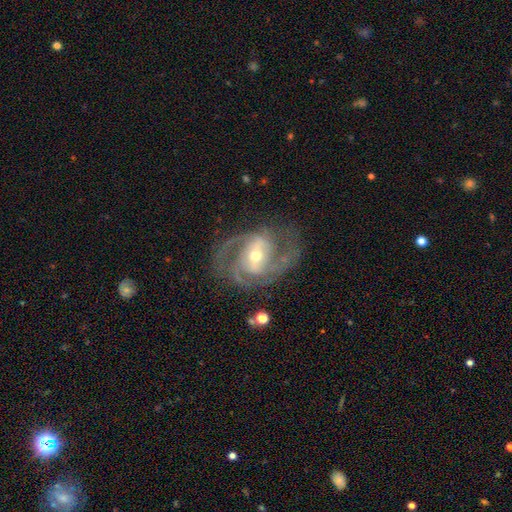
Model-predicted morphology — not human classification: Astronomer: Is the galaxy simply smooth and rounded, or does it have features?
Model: featured or disk — 90%.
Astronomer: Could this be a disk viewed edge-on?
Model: no — 97%.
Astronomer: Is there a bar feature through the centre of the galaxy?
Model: weak — 43% (runner-up: strong, 31%).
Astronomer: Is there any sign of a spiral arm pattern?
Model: yes — 97%.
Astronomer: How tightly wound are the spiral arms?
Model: medium — 56%.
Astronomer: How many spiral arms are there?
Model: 2 — 60%.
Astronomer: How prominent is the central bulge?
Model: moderate — 52% (runner-up: small, 43%).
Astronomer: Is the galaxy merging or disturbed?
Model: none — 72%.